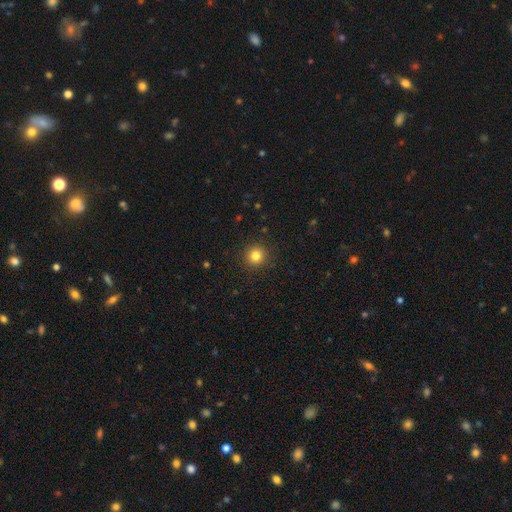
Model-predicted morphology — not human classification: A smooth galaxy with no disk features (82%) that is round (95%). Merging: none (92%).